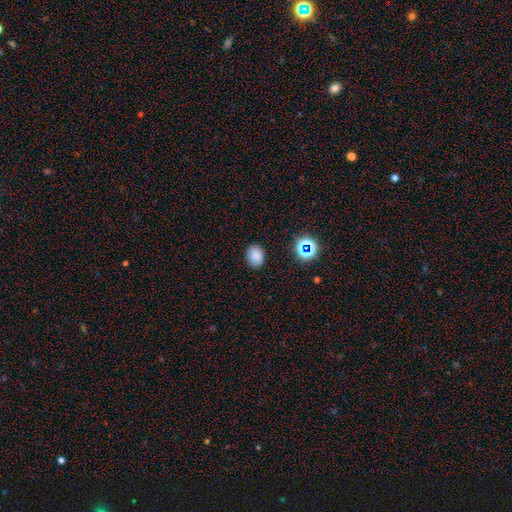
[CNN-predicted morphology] smooth_or_featured: smooth (p=0.81) [alt: star or artifact p=0.14]
how_rounded: in between (p=0.57) [alt: round p=0.42]
merging: none (p=0.86) [alt: minor disturbance p=0.10]